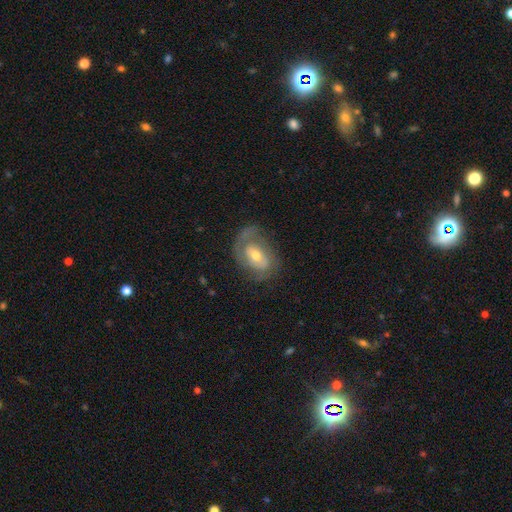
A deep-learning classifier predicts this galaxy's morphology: This appears to be a featured or disk galaxy (66%) with no bar (50%), spiral arms (71%) and a moderate central bulge (62%). Merging: none (55%).